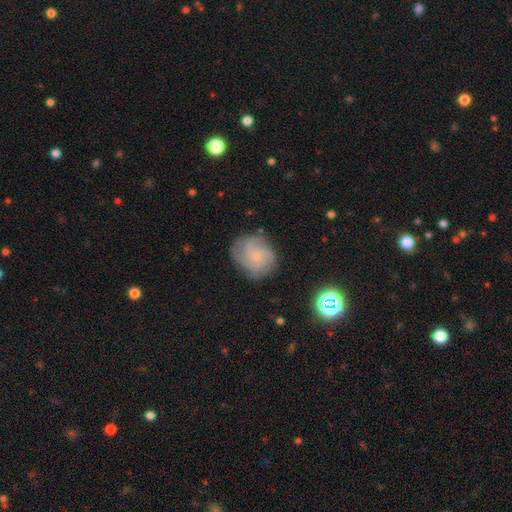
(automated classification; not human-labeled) A featured or disk galaxy (71%) with no bar (77%), 3 (32%) tight (53%) spiral arms (94%) and a small central bulge (75%). Merging: none (70%).